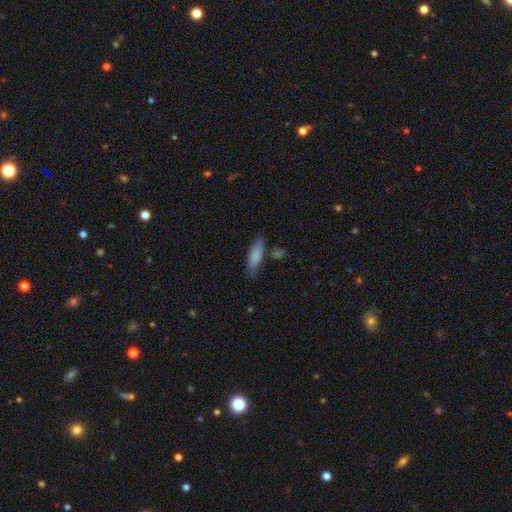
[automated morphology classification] This appears to be a smooth galaxy with no disk features (80%) that is cigar-shaped (50%). Merging: none (70%).